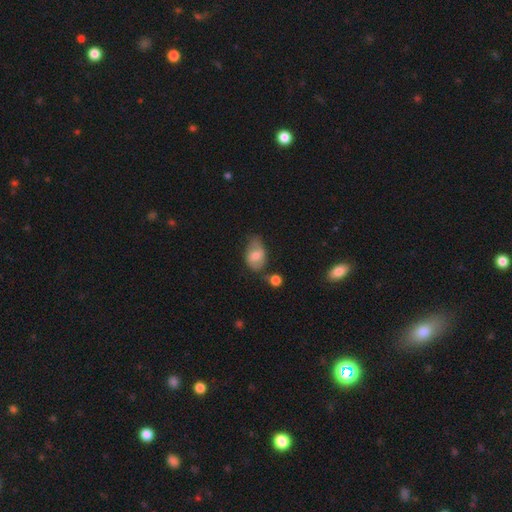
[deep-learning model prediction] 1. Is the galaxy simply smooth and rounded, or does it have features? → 62% smooth, 30% featured or disk, 8% star or artifact.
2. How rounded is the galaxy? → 83% in between, 16% round, 2% cigar-shaped.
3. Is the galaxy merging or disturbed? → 48% none, 32% minor disturbance, 11% major disturbance, 9% merger.